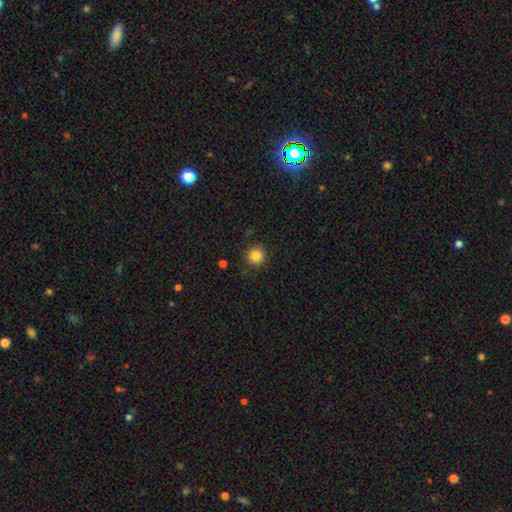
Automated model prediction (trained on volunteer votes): Smooth or featured: smooth — 84% (star or artifact — 12%)
How rounded: round — 93% (in between — 6%)
Merging: none — 89% (minor disturbance — 7%)